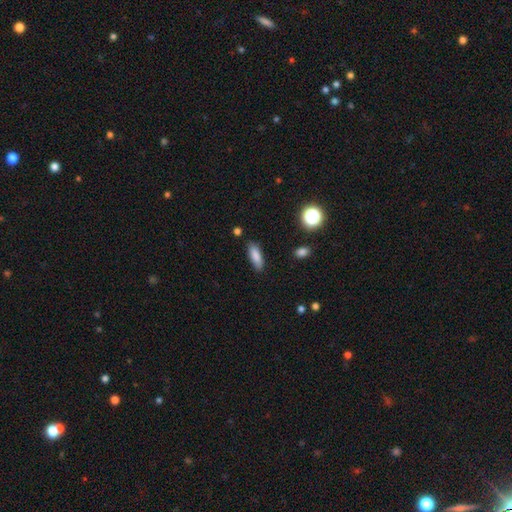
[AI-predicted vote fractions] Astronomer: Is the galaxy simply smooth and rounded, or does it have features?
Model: smooth — 83%.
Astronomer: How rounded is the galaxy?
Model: in between — 64%.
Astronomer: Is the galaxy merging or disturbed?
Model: none — 82%.